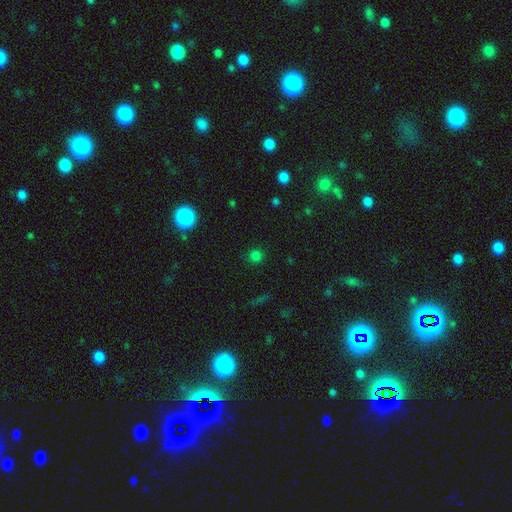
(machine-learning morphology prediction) A smooth galaxy with no disk features (74%) that is round (91%).

Vote fractions:
- Smooth or featured? smooth: 74% / star or artifact: 21% / featured or disk: 4%
- How rounded? round: 91% / in between: 8% / cigar-shaped: 1%
- Merging? none: 87% / minor disturbance: 8% / major disturbance: 3% / merger: 2%